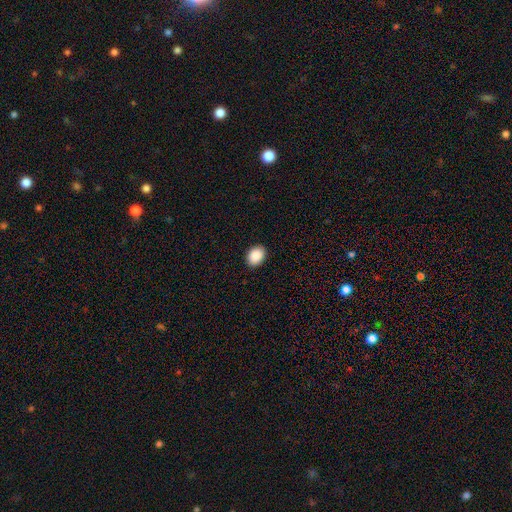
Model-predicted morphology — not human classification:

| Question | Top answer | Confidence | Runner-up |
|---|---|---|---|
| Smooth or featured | smooth | 89% | star or artifact (7%) |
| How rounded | in between | 64% | round (35%) |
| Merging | none | 90% | minor disturbance (7%) |